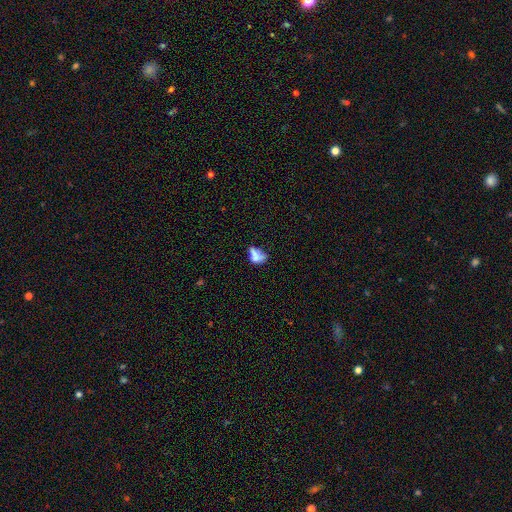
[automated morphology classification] A smooth galaxy with no disk features (60%) that is in between round and cigar-shaped (78%).

Vote fractions:
- Smooth or featured? smooth: 60% / featured or disk: 27% / star or artifact: 13%
- How rounded? in between: 78% / round: 16% / cigar-shaped: 6%
- Merging? none: 28% / merger: 26% / major disturbance: 24% / minor disturbance: 22%